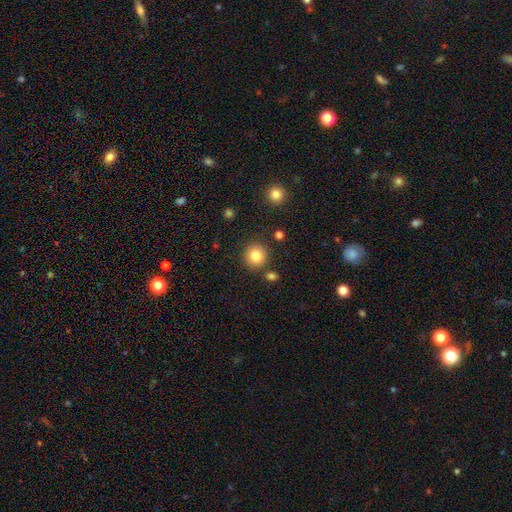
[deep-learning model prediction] Smooth or featured?
  - smooth: 84% *
  - star or artifact: 10%
  - featured or disk: 6%
How rounded?
  - round: 92% *
  - in between: 7%
  - cigar-shaped: 1%
Merging?
  - none: 85% *
  - minor disturbance: 7%
  - merger: 5%
  - major disturbance: 3%